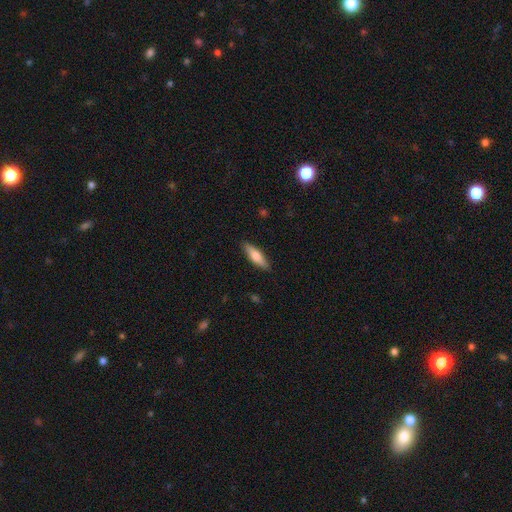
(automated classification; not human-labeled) Overall: smooth (65%; featured or disk 29%). How rounded: cigar-shaped (60%; in between 38%). Merging: none (89%).